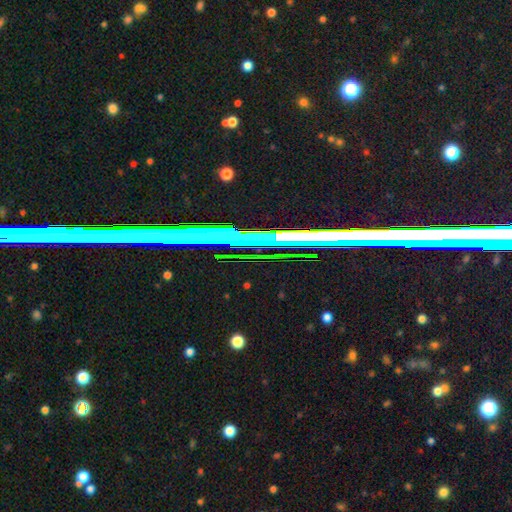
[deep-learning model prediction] This is possibly a star or artifact rather than a galaxy (52%).